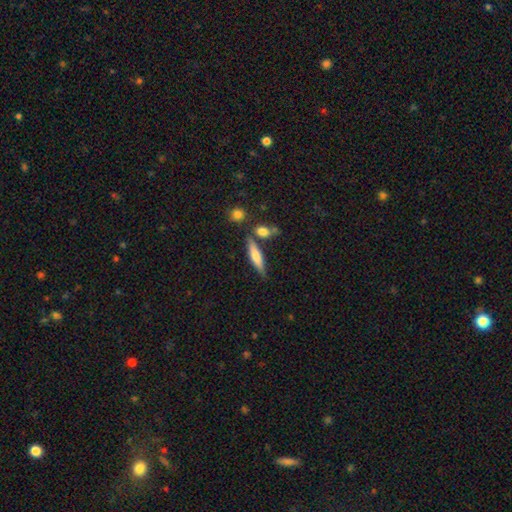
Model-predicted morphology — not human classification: The model was most divided on "smooth or featured": smooth: 58%, featured or disk: 35%, star or artifact: 6%. More confident: how rounded — cigar-shaped (76%); merging — none (72%).